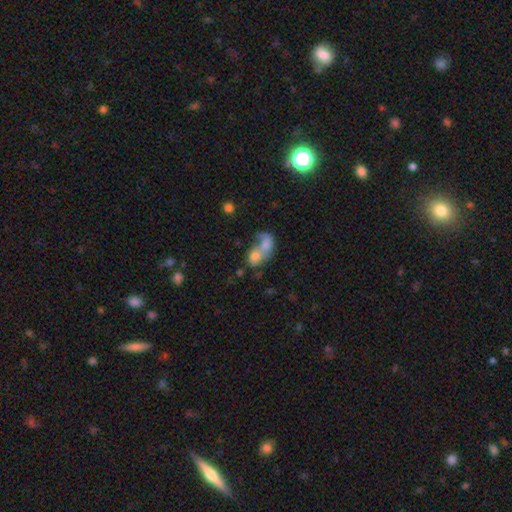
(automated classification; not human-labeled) A smooth galaxy with no disk features (63%) that is in between round and cigar-shaped (65%).

Vote fractions:
- Smooth or featured? smooth: 63% / featured or disk: 28% / star or artifact: 10%
- How rounded? in between: 65% / round: 33% / cigar-shaped: 2%
- Merging? merger: 76% / none: 11% / major disturbance: 8% / minor disturbance: 5%